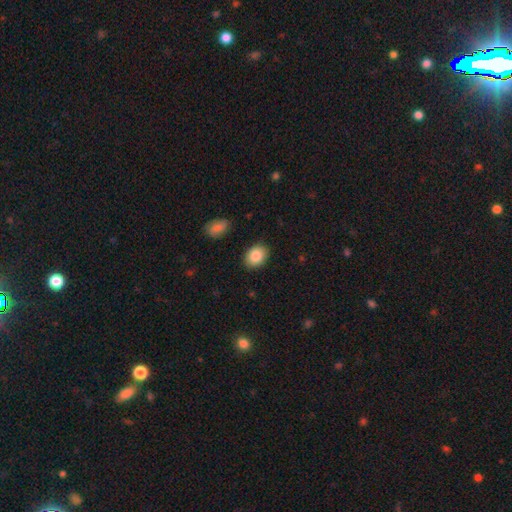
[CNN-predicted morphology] Smooth or featured: smooth — 85% (star or artifact — 8%)
How rounded: in between — 63% (round — 36%)
Merging: none — 87% (minor disturbance — 9%)